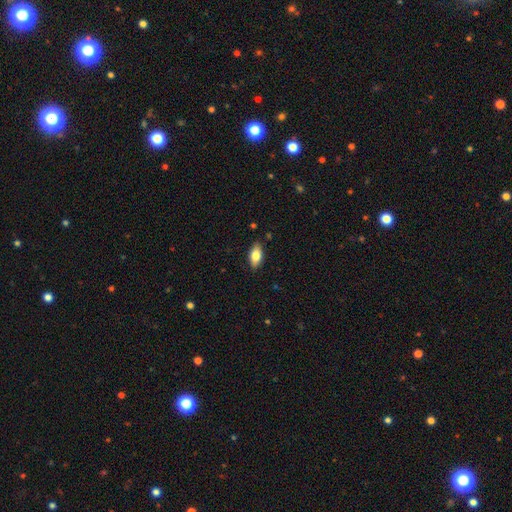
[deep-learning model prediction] smooth-or-featured: smooth: 76% | featured or disk: 17% | star or artifact: 7%
  how-rounded: in between: 89% | cigar-shaped: 8% | round: 3%
  merging: none: 86% | minor disturbance: 11% | major disturbance: 2% | merger: 1%